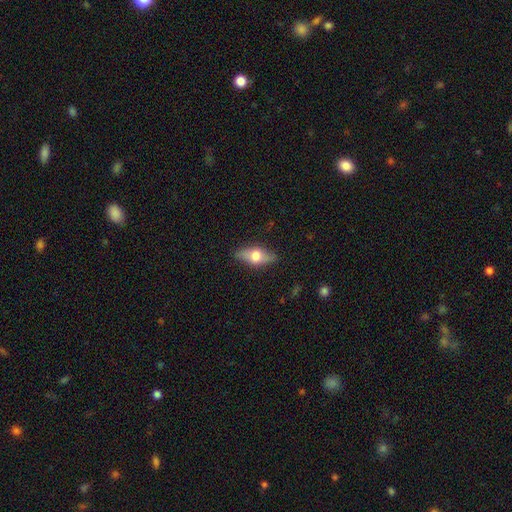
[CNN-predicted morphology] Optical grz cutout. It shows a smooth galaxy with no disk features (49%). Merging: none (84%).